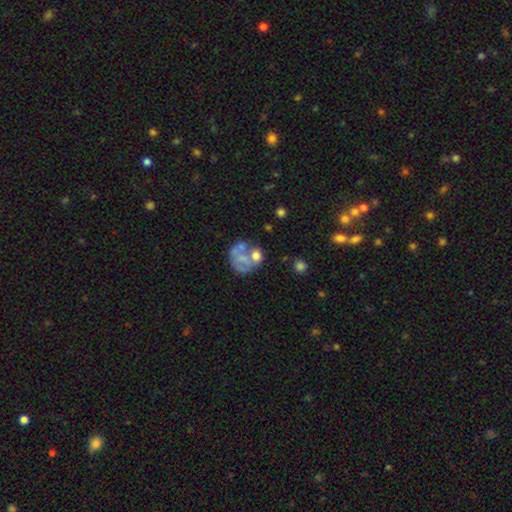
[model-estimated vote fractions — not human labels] Smooth or featured? featured or disk (48%)
Merging? none (33%)